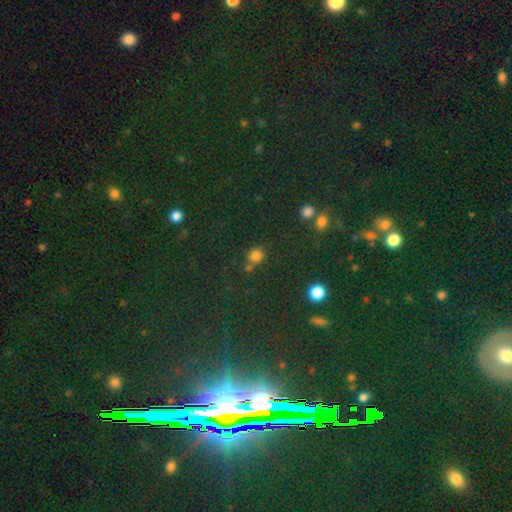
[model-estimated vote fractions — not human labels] This appears to be a smooth galaxy with no disk features (72%) that is round (87%). Merging: none (64%).